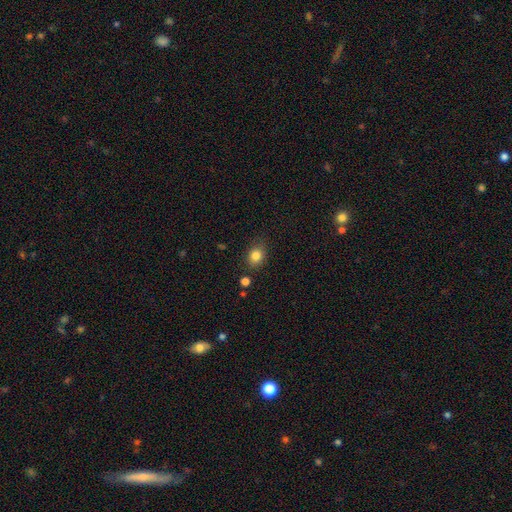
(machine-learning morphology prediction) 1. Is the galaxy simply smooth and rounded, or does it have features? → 83% smooth, 11% star or artifact, 6% featured or disk.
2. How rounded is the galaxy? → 50% in between, 49% round, 1% cigar-shaped.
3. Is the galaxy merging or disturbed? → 79% none, 14% minor disturbance, 4% major disturbance, 3% merger.